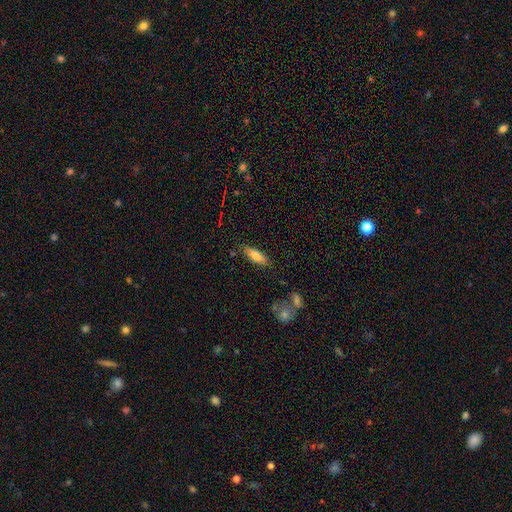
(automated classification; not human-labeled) This is likely a smooth galaxy (76%). How rounded: possibly in between (54%). Merging: likely none (80%).